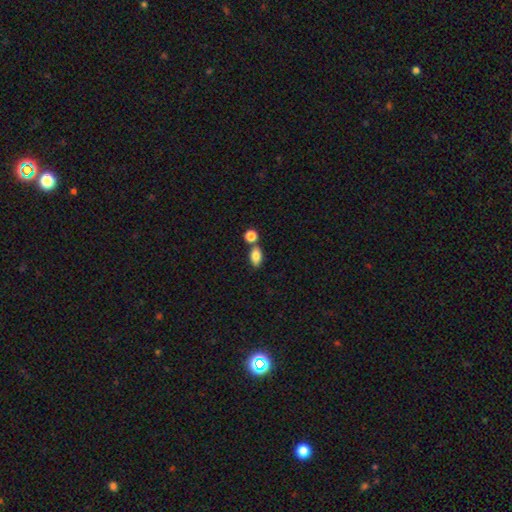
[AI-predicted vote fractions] Smooth or featured?
  - smooth: 84% *
  - star or artifact: 9%
  - featured or disk: 8%
How rounded?
  - in between: 86% *
  - round: 11%
  - cigar-shaped: 3%
Merging?
  - none: 60% *
  - merger: 27%
  - minor disturbance: 10%
  - major disturbance: 3%